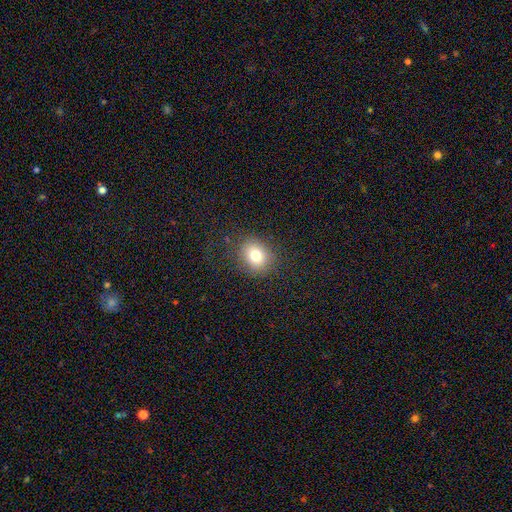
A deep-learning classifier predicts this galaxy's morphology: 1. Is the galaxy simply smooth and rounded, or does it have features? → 77% smooth, 13% star or artifact, 10% featured or disk.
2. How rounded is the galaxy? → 58% round, 41% in between, 1% cigar-shaped.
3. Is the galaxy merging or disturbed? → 83% none, 11% minor disturbance, 6% major disturbance, 1% merger.